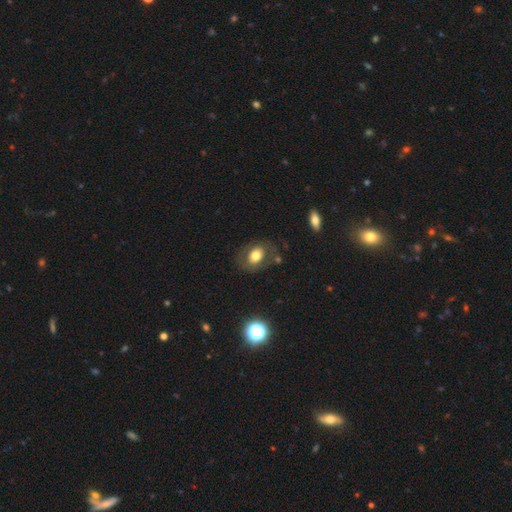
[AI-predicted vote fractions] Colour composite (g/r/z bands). It shows a smooth galaxy with no disk features (65%) that is in between round and cigar-shaped (65%). Merging: none (72%).